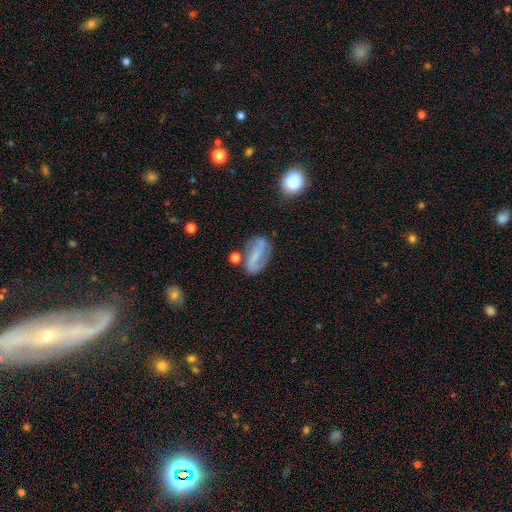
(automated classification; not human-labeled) A featured or disk galaxy (61%) with a strong bar (44%), spiral arms (79%) and a small central bulge (46%).

Vote fractions:
- Smooth or featured? featured or disk: 61% / smooth: 30% / star or artifact: 9%
- Edge-on disk? no: 94% / yes: 6%
- Bar? strong: 44% / weak: 32% / no: 23%
- Spiral arms? yes: 79% / no: 21%
- Bulge size? small: 46% / none: 36% / moderate: 14% / large: 2% / dominant: 1%
- Merging? none: 64% / minor disturbance: 21% / major disturbance: 9% / merger: 6%